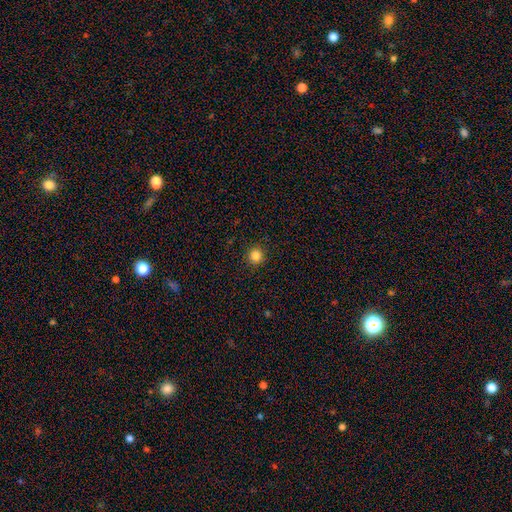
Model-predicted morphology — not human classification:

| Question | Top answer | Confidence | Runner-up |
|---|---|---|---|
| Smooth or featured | smooth | 84% | star or artifact (12%) |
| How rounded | round | 94% | in between (5%) |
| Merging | none | 92% | minor disturbance (5%) |